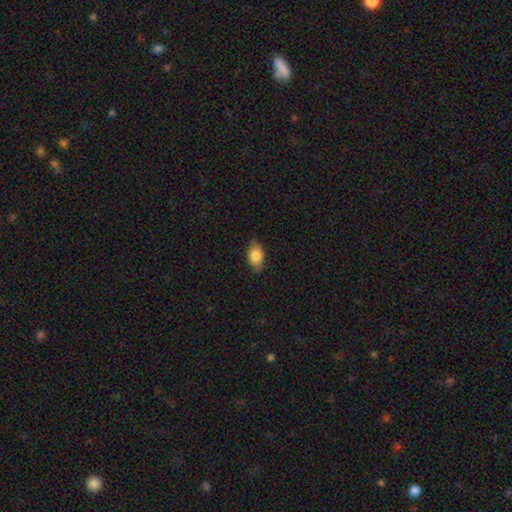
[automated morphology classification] smooth_or_featured: smooth (p=0.84) [alt: featured or disk p=0.09]
how_rounded: in between (p=0.89) [alt: round p=0.09]
merging: none (p=0.80) [alt: minor disturbance p=0.16]